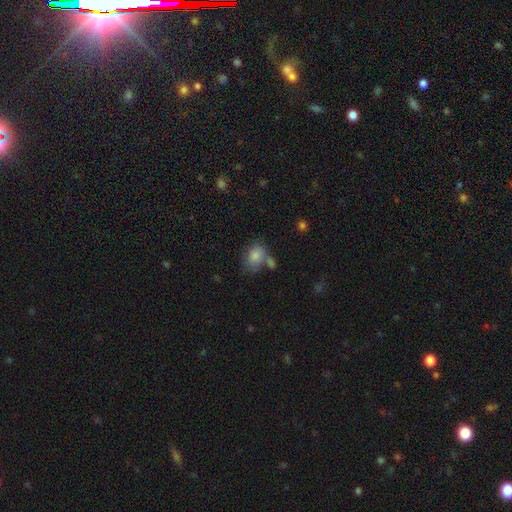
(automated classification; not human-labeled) A smooth galaxy with no disk features (83%) that is in between round and cigar-shaped (72%). Merging: none (50%).